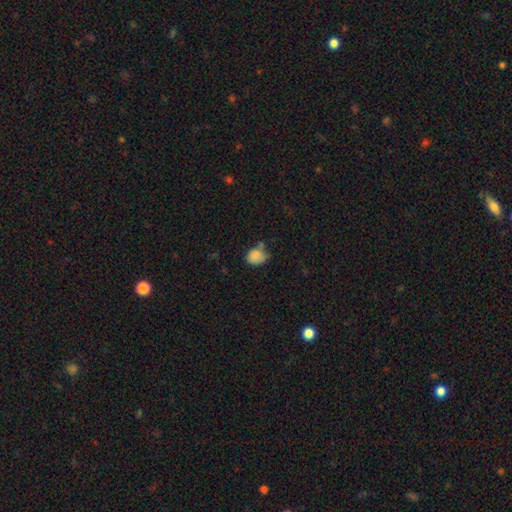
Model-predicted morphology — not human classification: type=smooth (83%); roundness=round (52%); merging=none (44%).